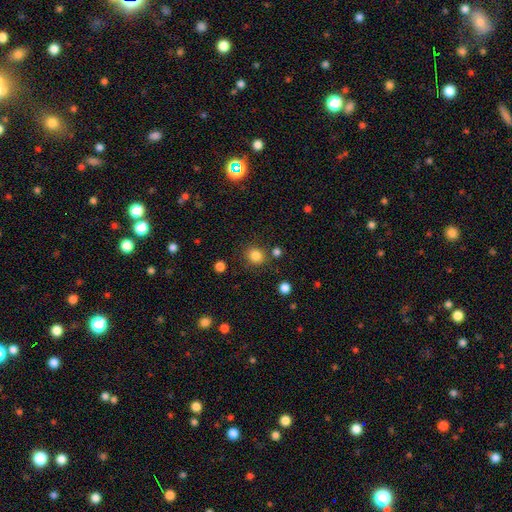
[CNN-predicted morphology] A smooth galaxy with no disk features (84%) that is round (84%). Merging: none (82%).